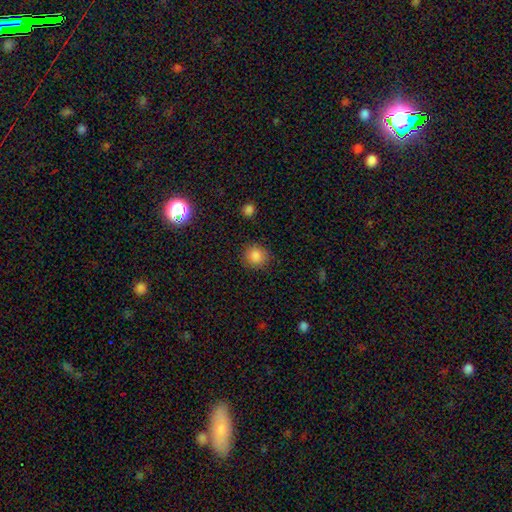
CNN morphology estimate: A smooth galaxy with no disk features (86%) that is round (89%).

Vote fractions:
- Smooth or featured? smooth: 86% / star or artifact: 11% / featured or disk: 4%
- How rounded? round: 89% / in between: 10% / cigar-shaped: 1%
- Merging? none: 88% / minor disturbance: 8% / major disturbance: 3% / merger: 1%